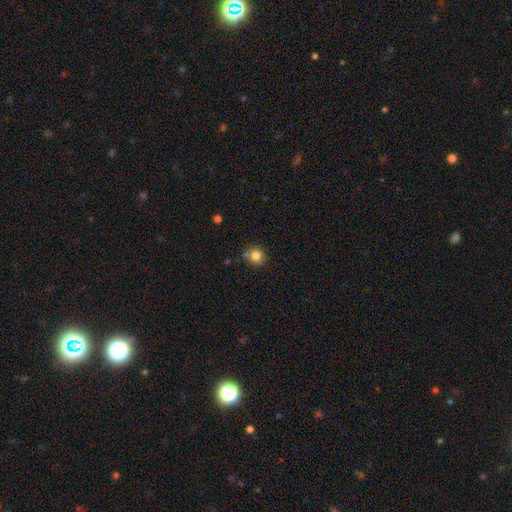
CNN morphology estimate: This appears to be a smooth galaxy with no disk features (82%) that is round (89%). Merging: none (74%).